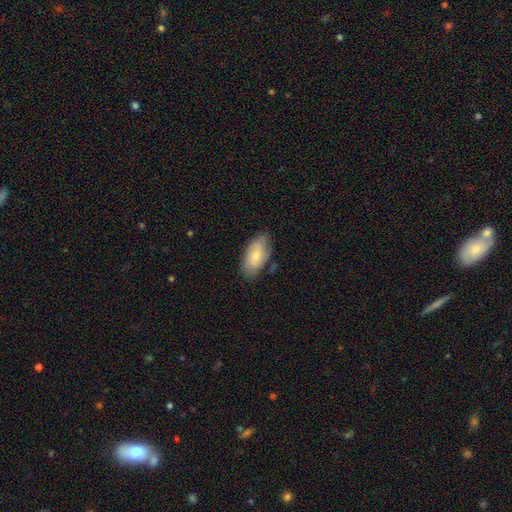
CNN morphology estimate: Q: Smooth or featured?
A: smooth (70%); runner-up: featured or disk (24%)
Q: How rounded?
A: in between (92%); runner-up: cigar-shaped (5%)
Q: Merging?
A: none (73%); runner-up: minor disturbance (21%)